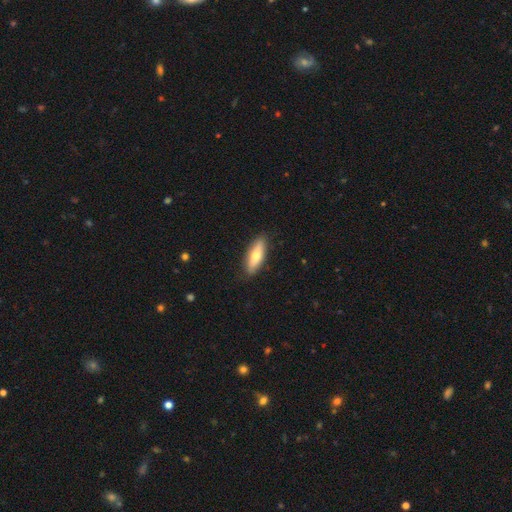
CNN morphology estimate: Smooth or featured?
  - smooth: 68% *
  - featured or disk: 27%
  - star or artifact: 6%
How rounded?
  - in between: 60% *
  - cigar-shaped: 38%
  - round: 2%
Merging?
  - none: 86% *
  - minor disturbance: 10%
  - major disturbance: 2%
  - merger: 1%